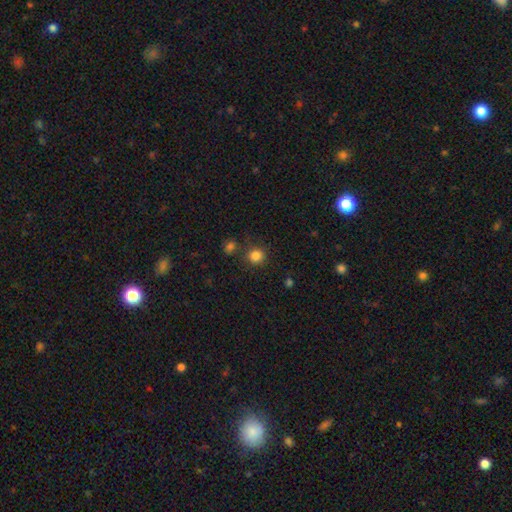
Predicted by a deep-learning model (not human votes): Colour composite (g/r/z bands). It shows a smooth galaxy with no disk features (83%) that is round (91%). Merging: none (80%).